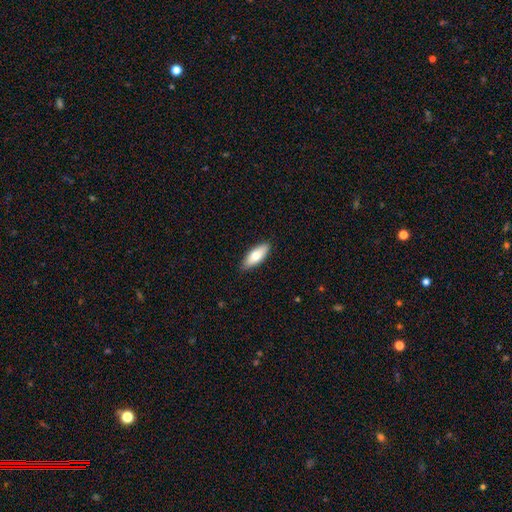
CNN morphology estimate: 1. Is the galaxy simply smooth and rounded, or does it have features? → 73% smooth, 21% featured or disk, 6% star or artifact.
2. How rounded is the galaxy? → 73% in between, 25% cigar-shaped, 2% round.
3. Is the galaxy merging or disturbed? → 88% none, 9% minor disturbance, 2% major disturbance, 1% merger.